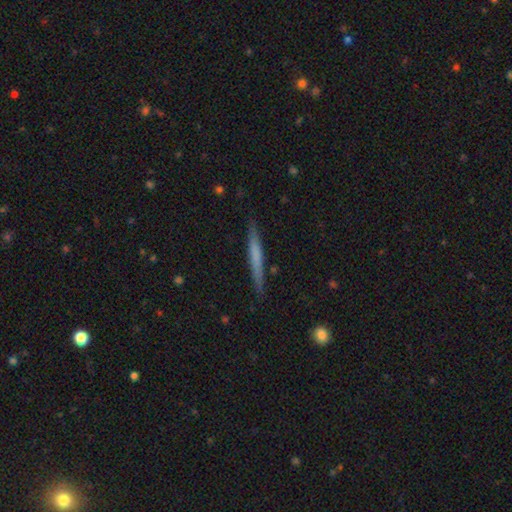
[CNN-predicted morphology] Overall: smooth (53%; featured or disk 41%). How rounded: cigar-shaped (96%). Merging: none (88%).